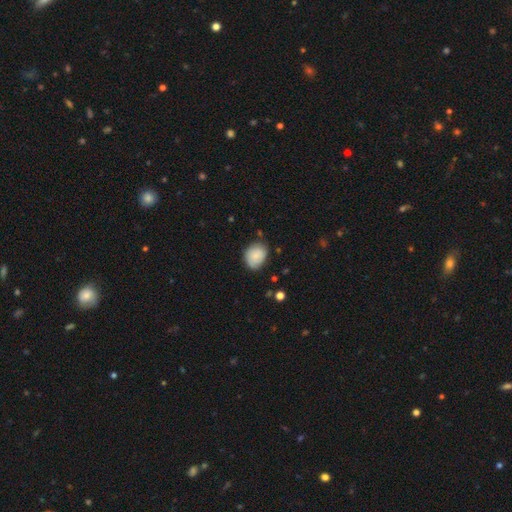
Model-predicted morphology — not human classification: Overall: smooth (77%). How rounded: in between (53%; round 46%). Merging: none (67%).